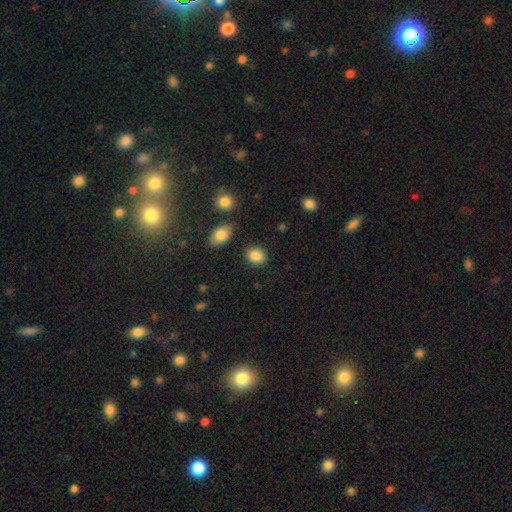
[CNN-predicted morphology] This appears to be a smooth galaxy with no disk features (88%) that is in between round and cigar-shaped (57%). Merging: none (85%).